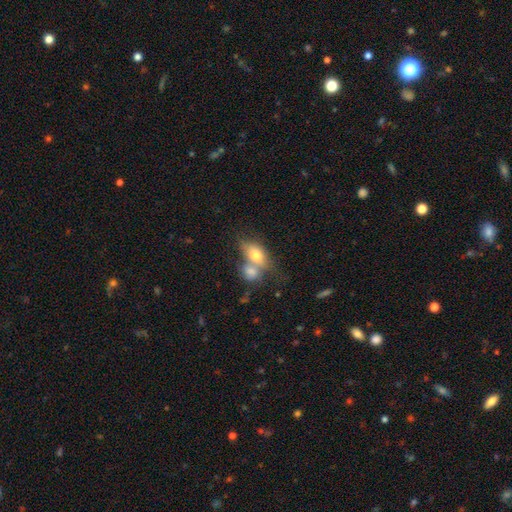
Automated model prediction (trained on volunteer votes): smooth_or_featured: smooth (p=0.72) [alt: featured or disk p=0.20]
how_rounded: in between (p=0.80) [alt: round p=0.16]
merging: merger (p=0.60) [alt: none p=0.23]